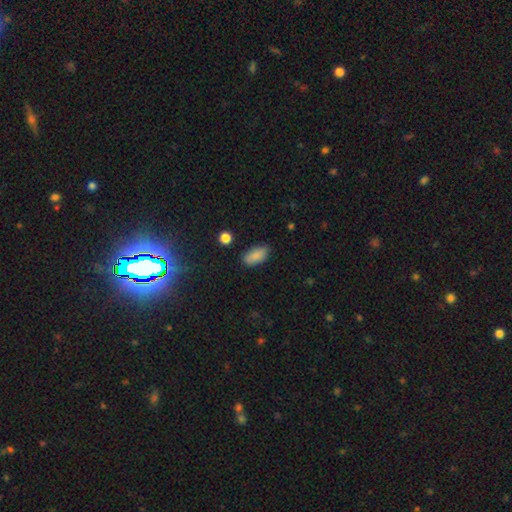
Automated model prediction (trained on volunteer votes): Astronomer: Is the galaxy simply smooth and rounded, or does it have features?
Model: smooth — 86%.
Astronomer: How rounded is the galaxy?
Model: in between — 90%.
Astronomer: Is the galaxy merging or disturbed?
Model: none — 80%.